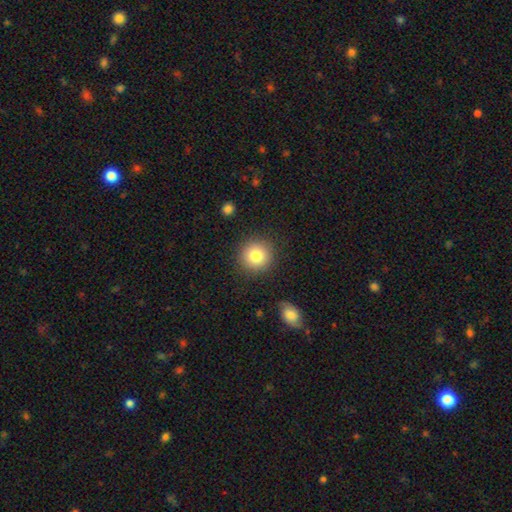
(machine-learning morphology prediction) smooth-or-featured: smooth: 81% | star or artifact: 10% | featured or disk: 9%
  how-rounded: round: 93% | in between: 6% | cigar-shaped: 1%
  merging: none: 89% | minor disturbance: 7% | major disturbance: 2% | merger: 2%